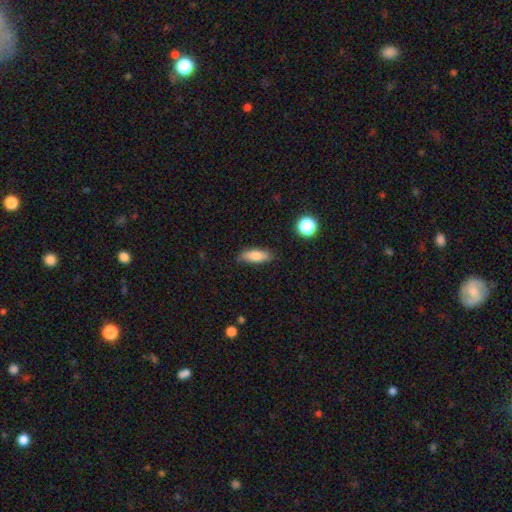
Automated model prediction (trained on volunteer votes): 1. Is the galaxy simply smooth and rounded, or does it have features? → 79% smooth, 13% featured or disk, 8% star or artifact.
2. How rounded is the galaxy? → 66% in between, 31% cigar-shaped, 3% round.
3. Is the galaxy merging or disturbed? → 82% none, 14% minor disturbance, 3% major disturbance, 2% merger.